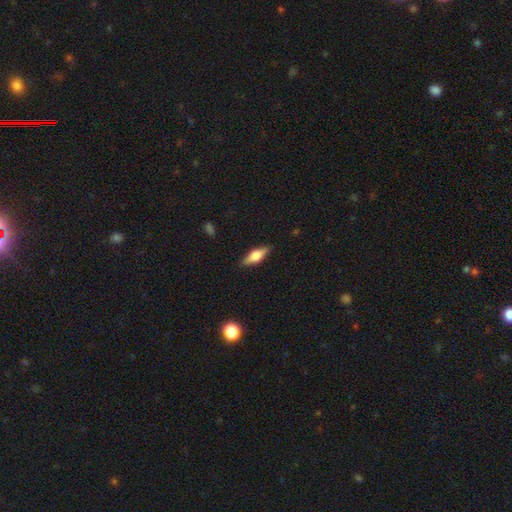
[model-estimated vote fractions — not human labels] This appears to be a featured or disk galaxy (53%) viewed edge-on (94%). Merging: none (88%).